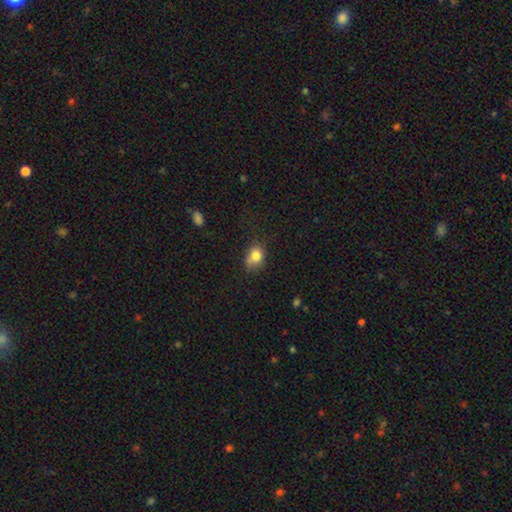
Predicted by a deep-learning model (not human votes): A smooth galaxy with no disk features (79%) that is in between round and cigar-shaped (53%). Merging: none (54%).